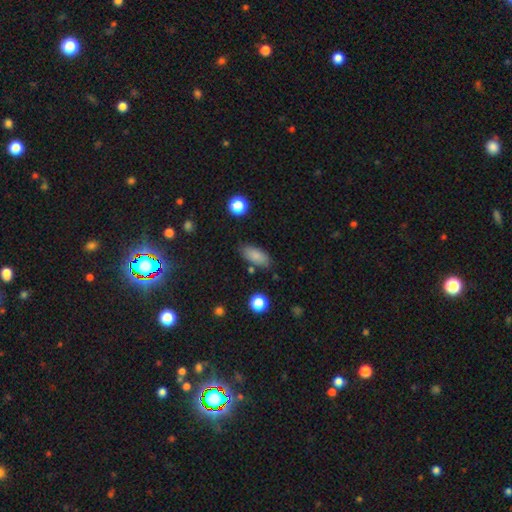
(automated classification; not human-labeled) Smooth or featured? Predicted: smooth (p=0.83). How rounded? Predicted: in between (p=0.84). Merging? Predicted: none (p=0.81).